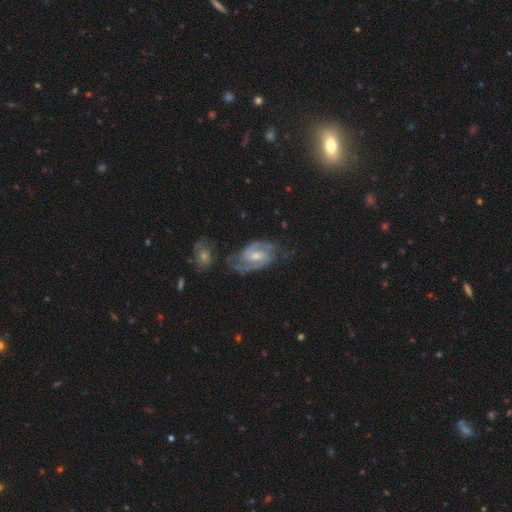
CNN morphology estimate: smooth-or-featured: featured or disk: 88% | smooth: 8% | star or artifact: 5%
  disk-edge-on: no: 97% | yes: 3%
    bar: weak: 53% | no: 33% | strong: 14%
    has-spiral-arms: yes: 97% | no: 3%
      spiral-winding: medium: 52% | tight: 35% | loose: 13%
      spiral-arm-count: 2: 86% | can't tell: 6% | 3: 4% | 1: 2% | 4: 1% | more than 4: 1%
    bulge-size: moderate: 55% | small: 38% | large: 3% | none: 3% | dominant: 1%
  merging: none: 63% | minor disturbance: 21% | major disturbance: 10% | merger: 6%